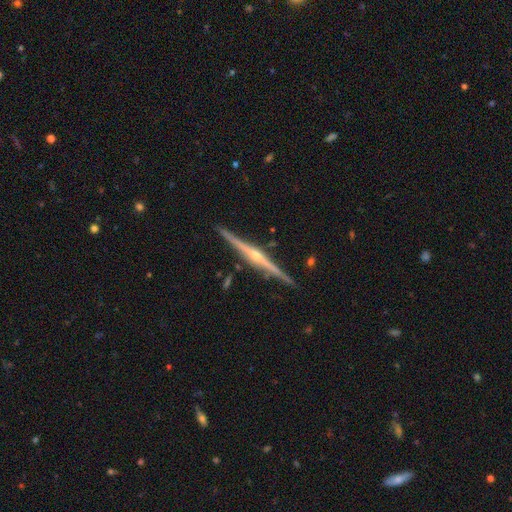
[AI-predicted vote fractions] Smooth or featured? Predicted: featured or disk (p=0.88). Edge-on disk? Predicted: yes (p=0.99). Edge-on bulge? Predicted: rounded (p=0.86). Merging? Predicted: none (p=0.91).